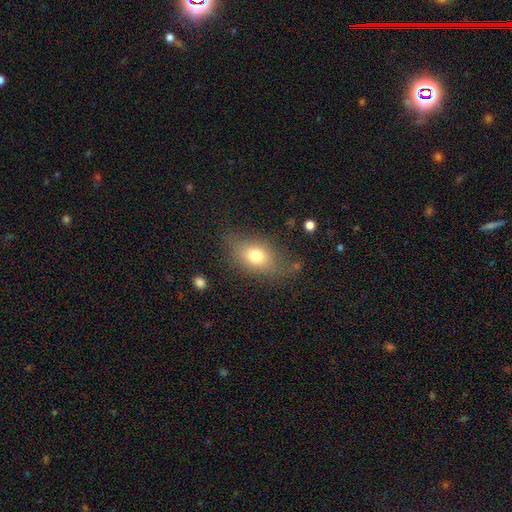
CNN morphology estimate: Smooth or featured: smooth — 71% (featured or disk — 18%)
How rounded: in between — 76% (round — 19%)
Merging: none — 68% (minor disturbance — 20%)